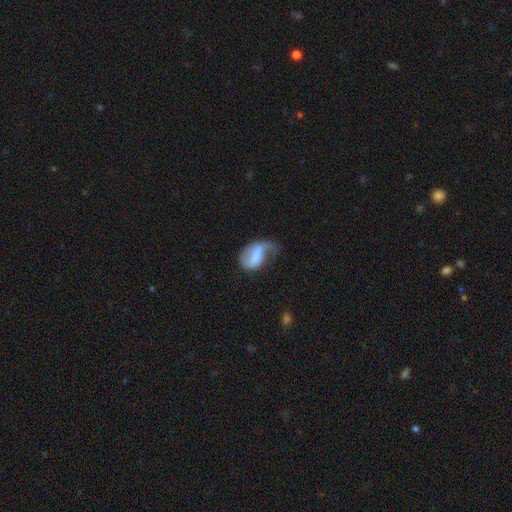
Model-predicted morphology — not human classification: Smooth or featured? featured or disk (55%)
Edge-on disk? no (97%)
Bar? weak (39%)
Spiral arms? yes (81%)
Bulge size? none (51%)
Merging? major disturbance (40%)